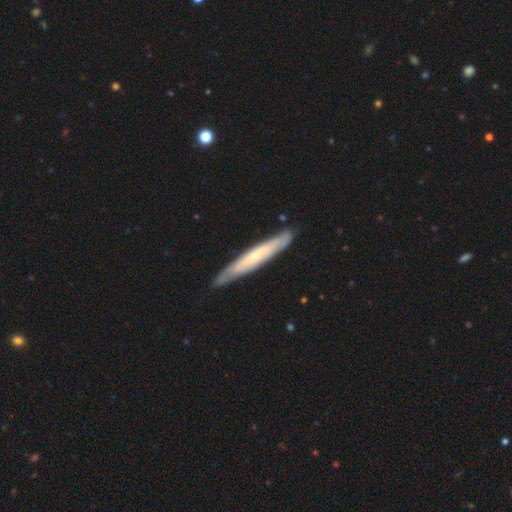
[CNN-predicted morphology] featured or disk 55%, smooth 40%, star or artifact 5%. Down the decision tree: edge-on disk — yes (82%); merging — none (85%).